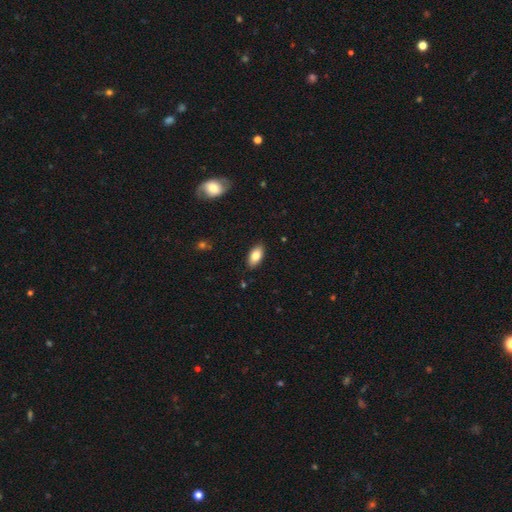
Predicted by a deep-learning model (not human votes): A smooth galaxy with no disk features (82%) that is in between round and cigar-shaped (92%).

Vote fractions:
- Smooth or featured? smooth: 82% / featured or disk: 11% / star or artifact: 7%
- How rounded? in between: 92% / cigar-shaped: 5% / round: 3%
- Merging? none: 88% / minor disturbance: 9% / major disturbance: 2% / merger: 1%